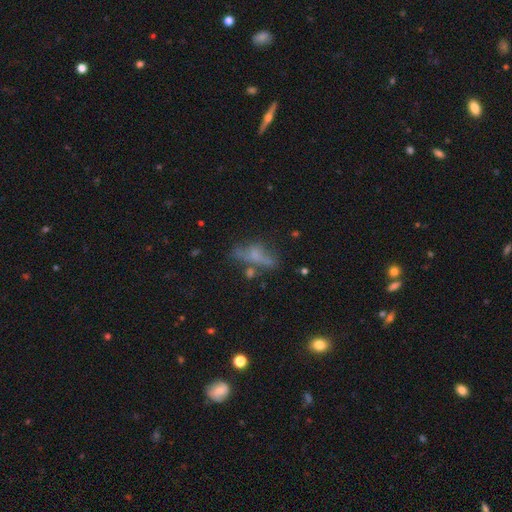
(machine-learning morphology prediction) A smooth galaxy with no disk features (43%).

Vote fractions:
- Smooth or featured? smooth: 43% / featured or disk: 40% / star or artifact: 17%
- Merging? none: 47% / minor disturbance: 23% / major disturbance: 18% / merger: 11%